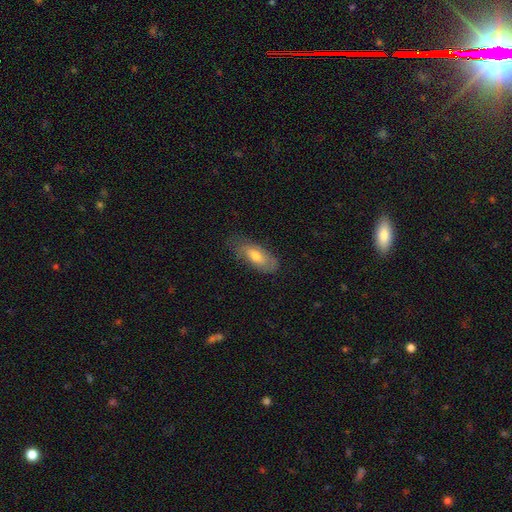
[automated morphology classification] smooth 67%, featured or disk 27%, star or artifact 6%. Down the decision tree: how rounded — in between (82%); merging — none (65%).